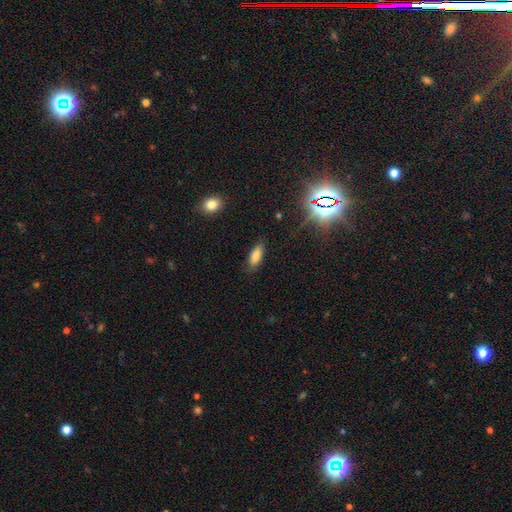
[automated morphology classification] This appears to be a smooth galaxy with no disk features (80%) that is in between round and cigar-shaped (78%). Merging: none (84%).